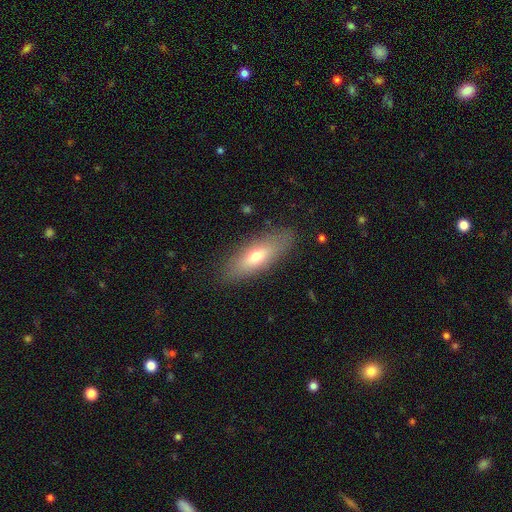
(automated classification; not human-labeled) A smooth galaxy with no disk features (63%) that is in between round and cigar-shaped (59%).

Vote fractions:
- Smooth or featured? smooth: 63% / featured or disk: 29% / star or artifact: 8%
- How rounded? in between: 59% / cigar-shaped: 38% / round: 3%
- Merging? none: 85% / minor disturbance: 10% / major disturbance: 3% / merger: 1%